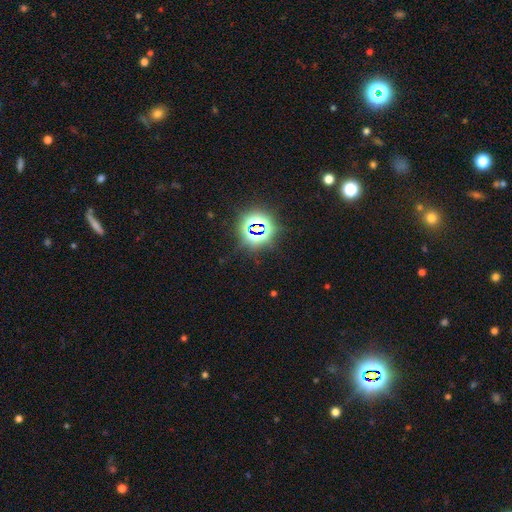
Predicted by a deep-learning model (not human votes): star or artifact 79%, smooth 14%, featured or disk 7%.